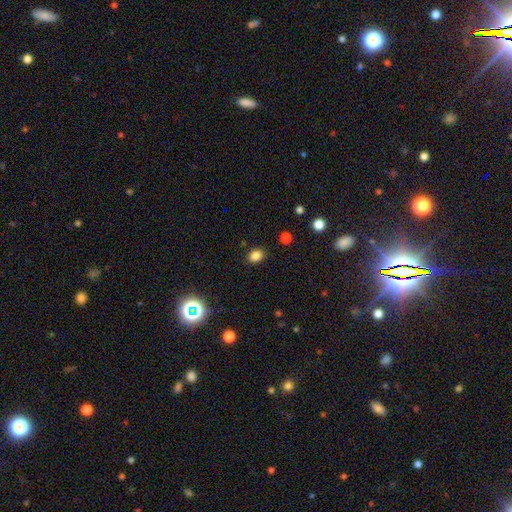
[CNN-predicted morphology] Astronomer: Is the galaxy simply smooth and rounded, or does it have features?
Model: smooth — 83%.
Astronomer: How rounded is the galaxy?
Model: in between — 63%.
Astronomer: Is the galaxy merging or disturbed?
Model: none — 88%.